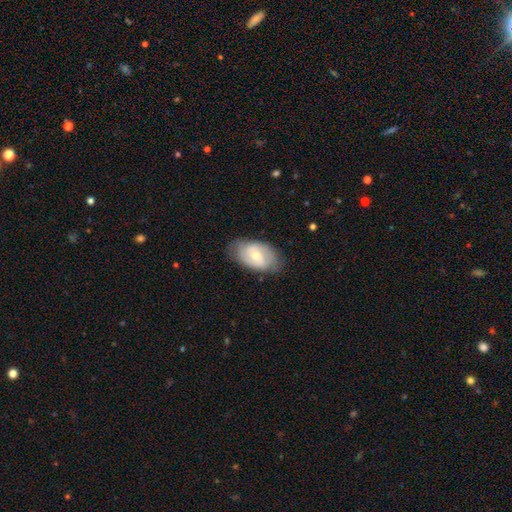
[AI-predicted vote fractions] Smooth or featured? featured or disk (58%)
Edge-on disk? no (95%)
Bar? weak (45%)
Spiral arms? yes (78%)
Bulge size? small (49%)
Merging? none (74%)